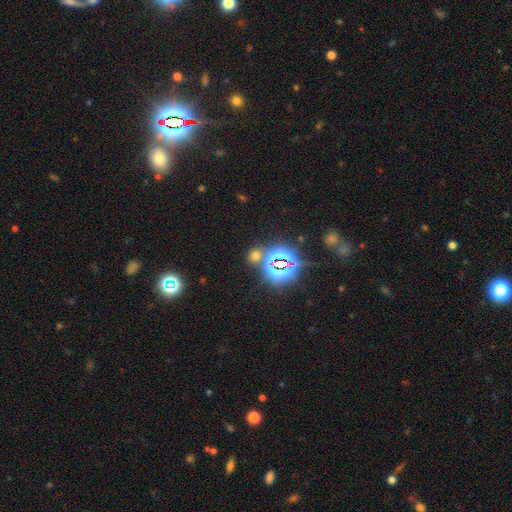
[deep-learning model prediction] star or artifact 50%, smooth 43%, featured or disk 7%.